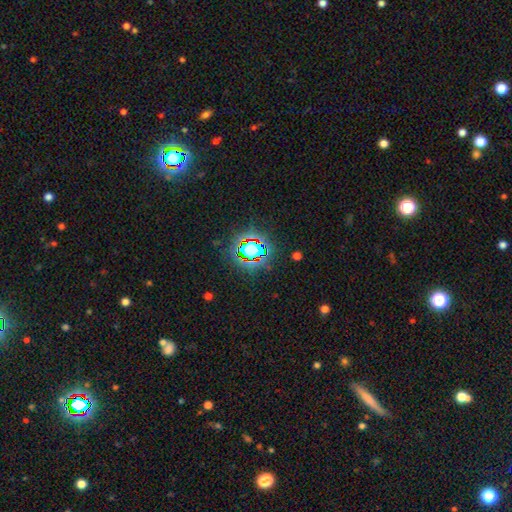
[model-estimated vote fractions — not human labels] Smooth or featured?
  - star or artifact: 69% *
  - smooth: 20%
  - featured or disk: 11%